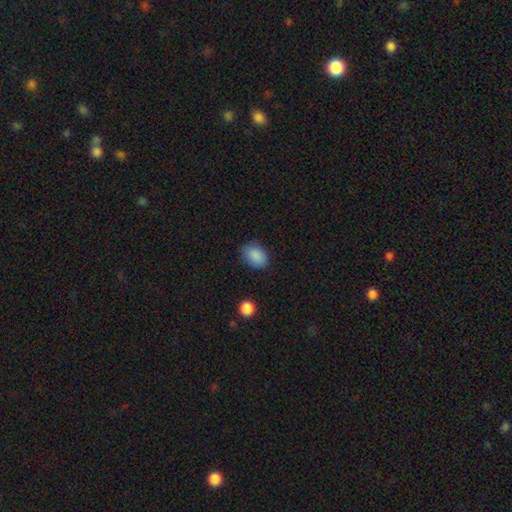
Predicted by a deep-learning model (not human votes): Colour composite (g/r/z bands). It shows a smooth galaxy with no disk features (88%) that is in between round and cigar-shaped (74%). Merging: none (81%).